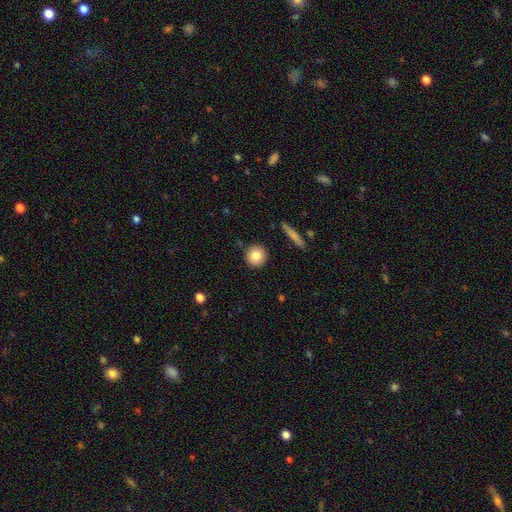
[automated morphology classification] Smooth or featured? Predicted: smooth (p=0.81). How rounded? Predicted: round (p=0.93). Merging? Predicted: none (p=0.90).